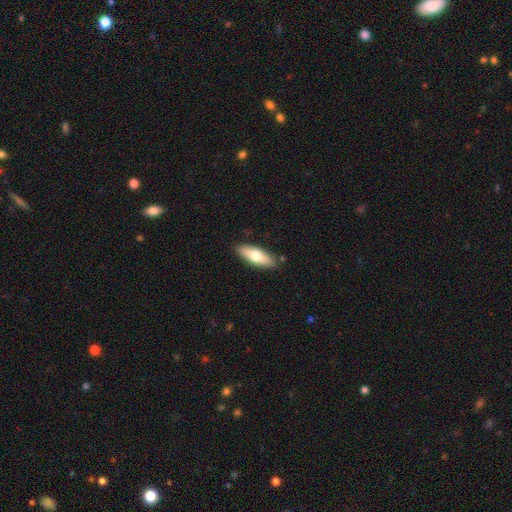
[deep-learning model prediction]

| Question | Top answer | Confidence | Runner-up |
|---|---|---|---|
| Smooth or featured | smooth | 65% | featured or disk (29%) |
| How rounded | in between | 61% | cigar-shaped (37%) |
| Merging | none | 86% | minor disturbance (10%) |